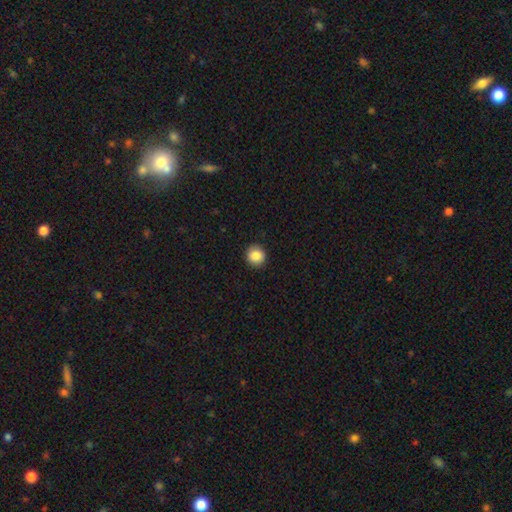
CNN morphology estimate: Overall: smooth (87%). How rounded: round (90%). Merging: none (90%).